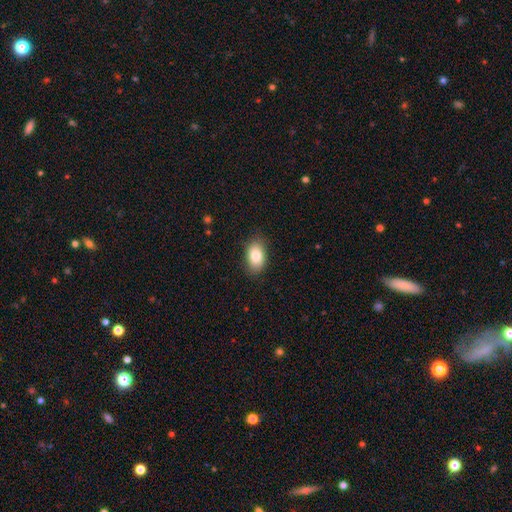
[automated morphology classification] Smooth or featured: smooth — 84% (featured or disk — 8%)
How rounded: in between — 88% (round — 10%)
Merging: none — 84% (minor disturbance — 13%)